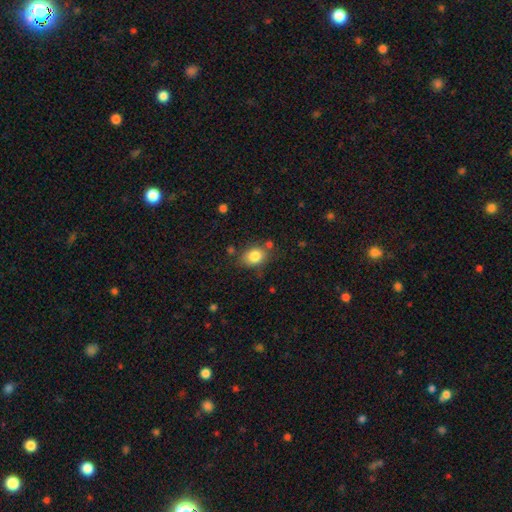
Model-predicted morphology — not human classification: A smooth galaxy with no disk features (83%) that is in between round and cigar-shaped (60%).

Vote fractions:
- Smooth or featured? smooth: 83% / star or artifact: 9% / featured or disk: 8%
- How rounded? in between: 60% / round: 39% / cigar-shaped: 1%
- Merging? none: 71% / minor disturbance: 18% / merger: 7% / major disturbance: 5%